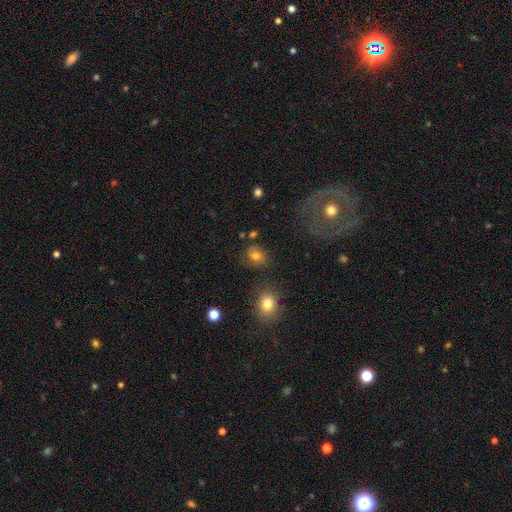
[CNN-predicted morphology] This appears to be a smooth galaxy with no disk features (67%) that is round (63%). Merging: none (70%).